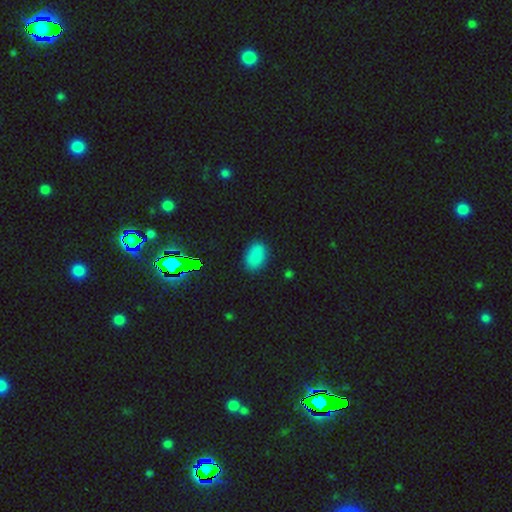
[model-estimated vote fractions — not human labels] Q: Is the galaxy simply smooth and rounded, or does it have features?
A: smooth — 81%.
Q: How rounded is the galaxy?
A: in between — 86%.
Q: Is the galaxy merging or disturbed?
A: none — 85%.